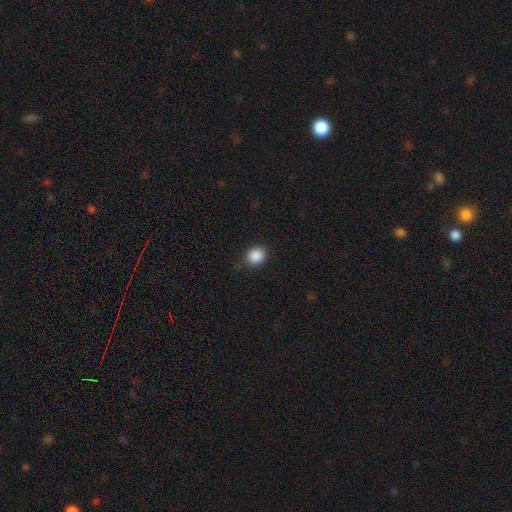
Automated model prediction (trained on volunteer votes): Smooth or featured?
  - smooth: 88% *
  - star or artifact: 9%
  - featured or disk: 3%
How rounded?
  - round: 78% *
  - in between: 21%
  - cigar-shaped: 1%
Merging?
  - none: 84% *
  - minor disturbance: 12%
  - major disturbance: 3%
  - merger: 1%